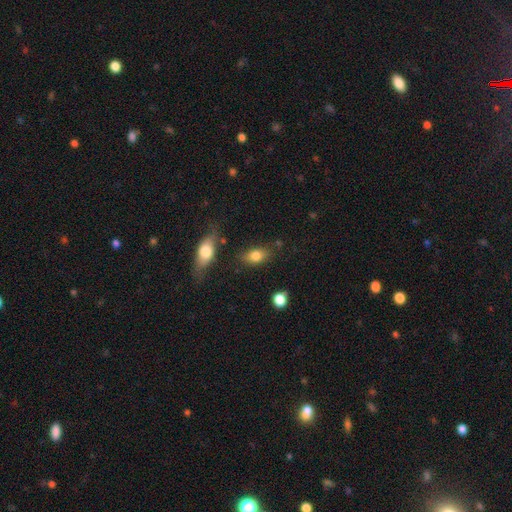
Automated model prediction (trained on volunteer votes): This appears to be a smooth galaxy with no disk features (81%) that is in between round and cigar-shaped (83%). Merging: none (72%).